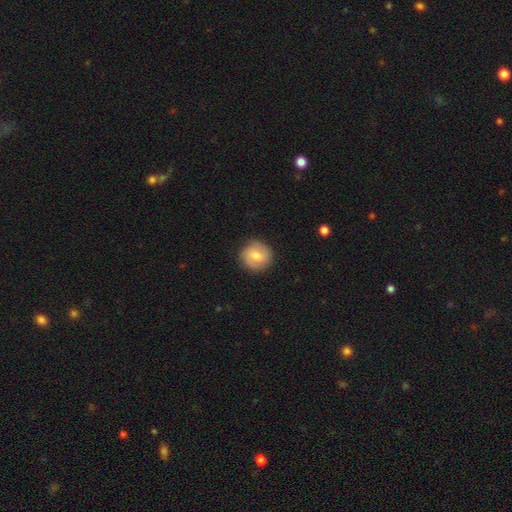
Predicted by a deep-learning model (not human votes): Smooth or featured?
  - smooth: 65% *
  - featured or disk: 28%
  - star or artifact: 7%
How rounded?
  - round: 91% *
  - in between: 8%
  - cigar-shaped: 1%
Merging?
  - none: 85% *
  - minor disturbance: 11%
  - major disturbance: 3%
  - merger: 1%